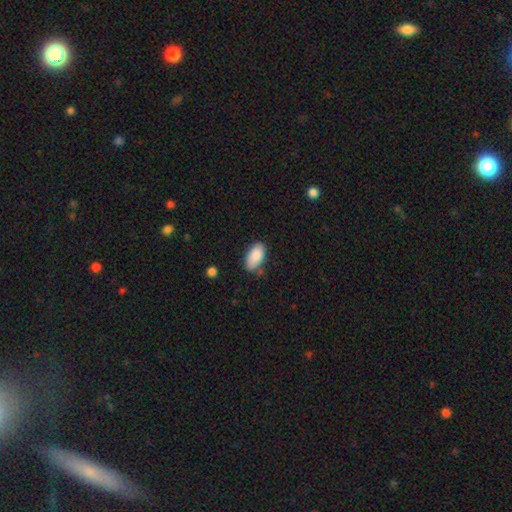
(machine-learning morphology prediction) Overall: smooth (87%). How rounded: in between (94%). Merging: none (75%).